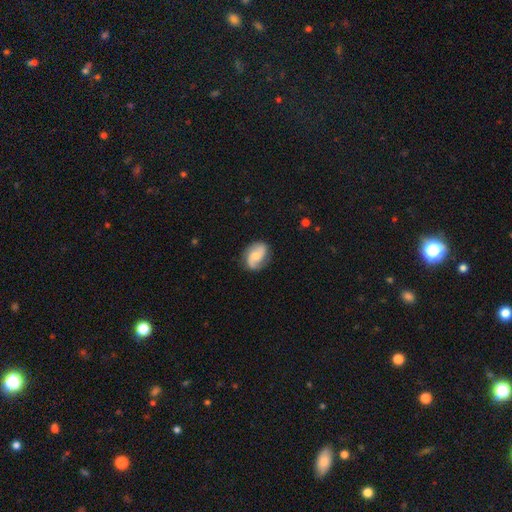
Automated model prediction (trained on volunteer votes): smooth-or-featured: featured or disk: 67% | smooth: 27% | star or artifact: 7%
  disk-edge-on: no: 97% | yes: 3%
    bar: no: 59% | weak: 33% | strong: 8%
    has-spiral-arms: yes: 94% | no: 6%
      spiral-winding: medium: 40% (tied) | loose: 40% (tied) | tight: 20%
      spiral-arm-count: 2: 88% | can't tell: 5% | 1: 3% | 3: 2% | 4: 1% | more than 4: 1%
    bulge-size: moderate: 44% | small: 43% | none: 6% | large: 4% | dominant: 1%
  merging: none: 79% | minor disturbance: 16% | major disturbance: 5% | merger: 1%